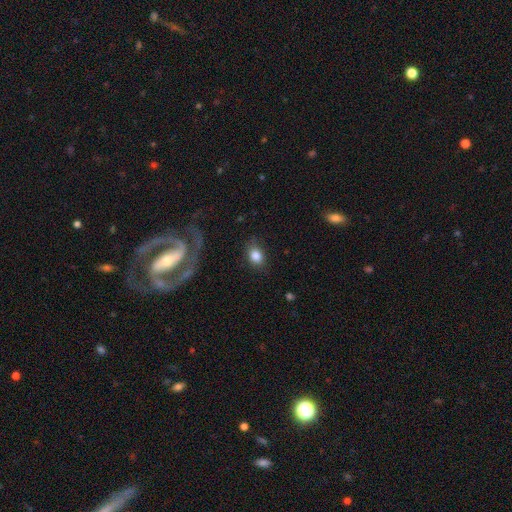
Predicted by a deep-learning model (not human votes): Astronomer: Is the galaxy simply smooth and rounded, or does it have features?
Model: smooth — 83%.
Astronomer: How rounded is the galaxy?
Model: in between — 65%.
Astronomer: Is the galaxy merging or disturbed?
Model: none — 76%.